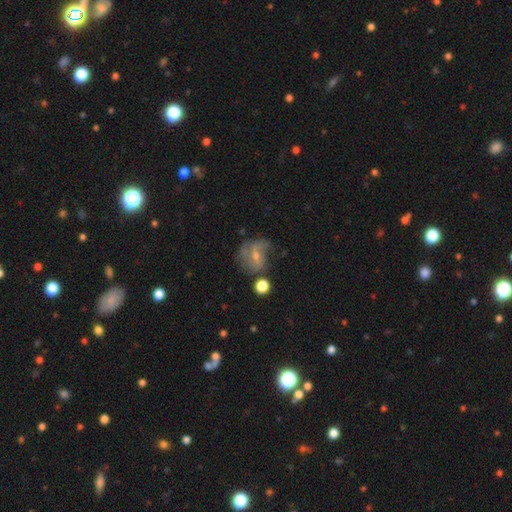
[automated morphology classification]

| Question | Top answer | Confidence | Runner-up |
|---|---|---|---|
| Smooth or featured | featured or disk | 61% | smooth (24%) |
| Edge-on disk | no | 96% | yes (4%) |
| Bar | no | 50% | weak (40%) |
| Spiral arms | yes | 81% | no (19%) |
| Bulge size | small | 60% | moderate (34%) |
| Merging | none | 55% | minor disturbance (23%) |